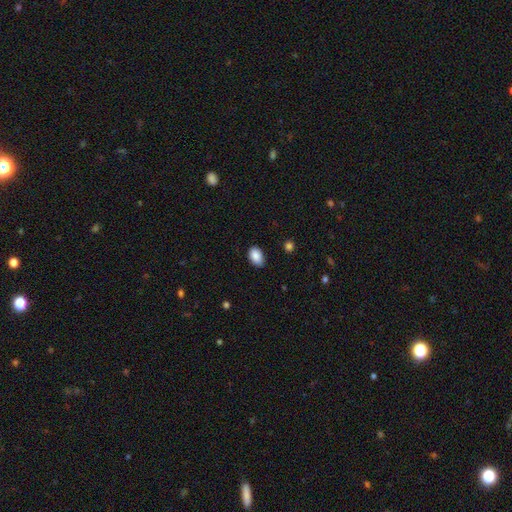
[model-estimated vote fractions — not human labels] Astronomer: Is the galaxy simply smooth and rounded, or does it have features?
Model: smooth — 89%.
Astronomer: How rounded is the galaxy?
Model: in between — 88%.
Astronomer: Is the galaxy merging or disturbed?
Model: none — 82%.